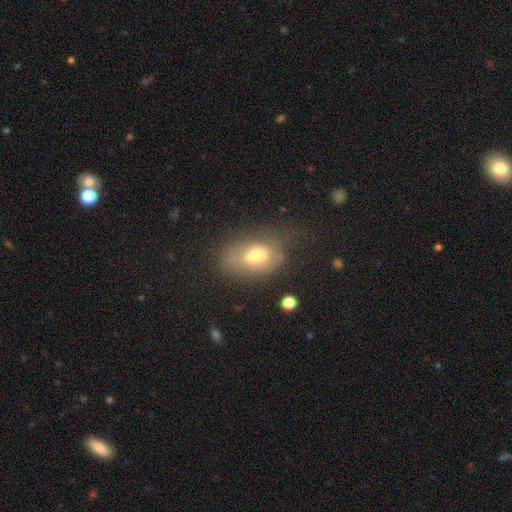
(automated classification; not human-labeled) Smooth or featured?
  - smooth: 65% *
  - featured or disk: 25%
  - star or artifact: 10%
How rounded?
  - in between: 88% *
  - round: 9%
  - cigar-shaped: 2%
Merging?
  - none: 45% *
  - minor disturbance: 30%
  - major disturbance: 21%
  - merger: 4%